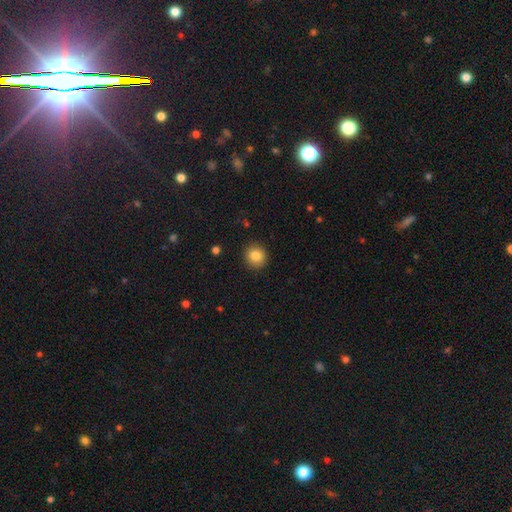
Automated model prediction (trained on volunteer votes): Smooth or featured?
  - smooth: 84% *
  - star or artifact: 10%
  - featured or disk: 6%
How rounded?
  - round: 87% *
  - in between: 12%
  - cigar-shaped: 1%
Merging?
  - none: 90% *
  - minor disturbance: 7%
  - major disturbance: 2%
  - merger: 1%